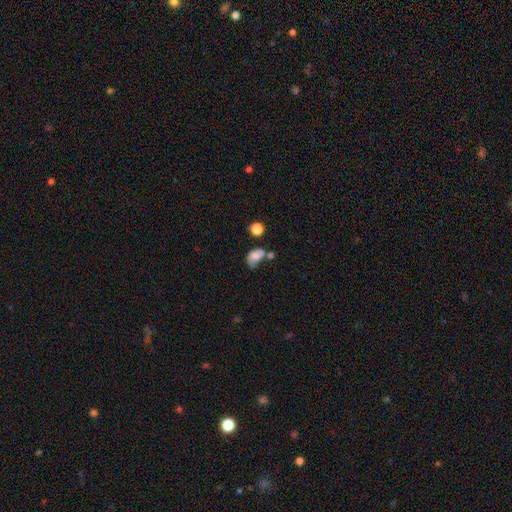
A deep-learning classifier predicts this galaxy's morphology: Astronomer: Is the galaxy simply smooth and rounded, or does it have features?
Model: smooth — 66%.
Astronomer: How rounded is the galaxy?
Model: in between — 81%.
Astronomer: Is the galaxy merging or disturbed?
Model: none — 29% (runner-up: minor disturbance, 27%).